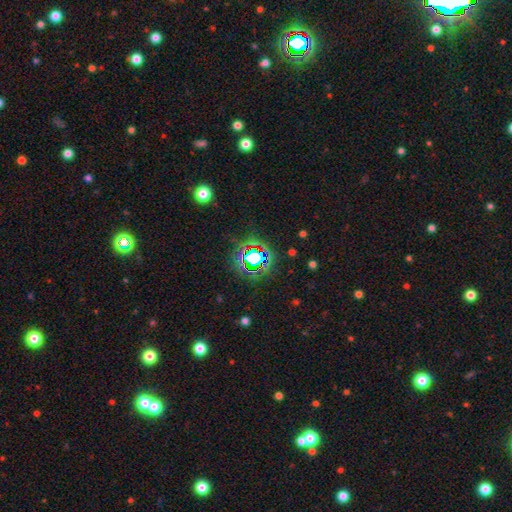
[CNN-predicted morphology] A star or artifact, not a galaxy (78%).

Vote fractions:
- Smooth or featured? star or artifact: 78% / smooth: 14% / featured or disk: 8%